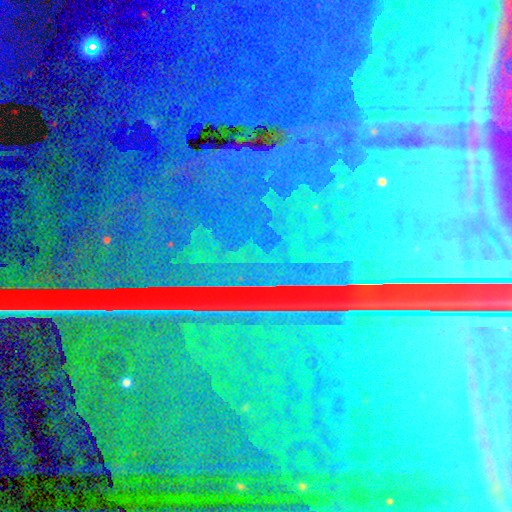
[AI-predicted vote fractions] smooth-or-featured: star or artifact: 88% | featured or disk: 6% | smooth: 5%